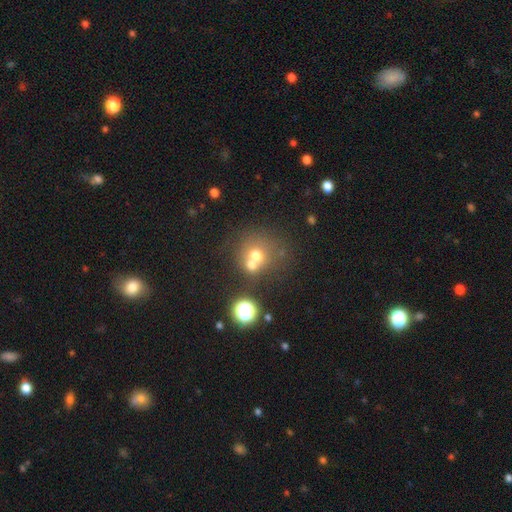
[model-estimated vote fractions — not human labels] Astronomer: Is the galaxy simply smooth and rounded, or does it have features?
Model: smooth — 63%.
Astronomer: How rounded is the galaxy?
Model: round — 83%.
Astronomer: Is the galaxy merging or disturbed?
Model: merger — 48% (runner-up: none, 40%).